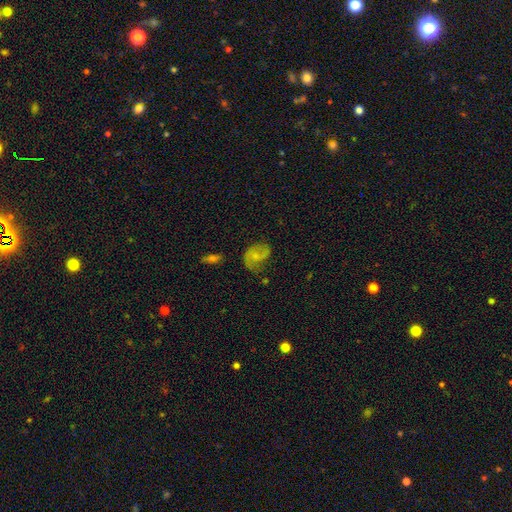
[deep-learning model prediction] Smooth or featured?
  - featured or disk: 61% *
  - smooth: 30%
  - star or artifact: 9%
Edge-on disk?
  - no: 97% *
  - yes: 3%
Bar?
  - no: 60% *
  - weak: 34%
  - strong: 6%
Spiral arms?
  - yes: 86% *
  - no: 14%
Spiral winding?
  - medium: 44% *
  - loose: 39%
  - tight: 17%
Spiral arm count?
  - 2: 66% *
  - 1: 23%
  - can't tell: 7%
  - 3: 1%
  - 4: 1%
  - more than 4: 1%
Bulge size?
  - small: 52% *
  - moderate: 24%
  - none: 21%
  - large: 2%
  - dominant: 1%
Merging?
  - none: 50% *
  - minor disturbance: 27%
  - major disturbance: 20%
  - merger: 3%